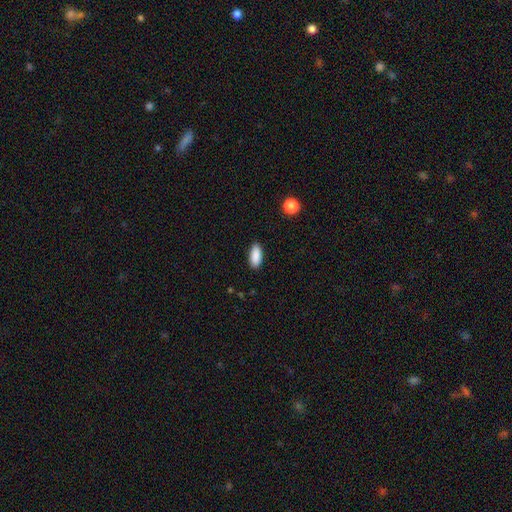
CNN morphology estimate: The model was most divided on "how rounded": in between: 84%, cigar-shaped: 15%, round: 2%. More confident: smooth or featured — smooth (90%); merging — none (89%).